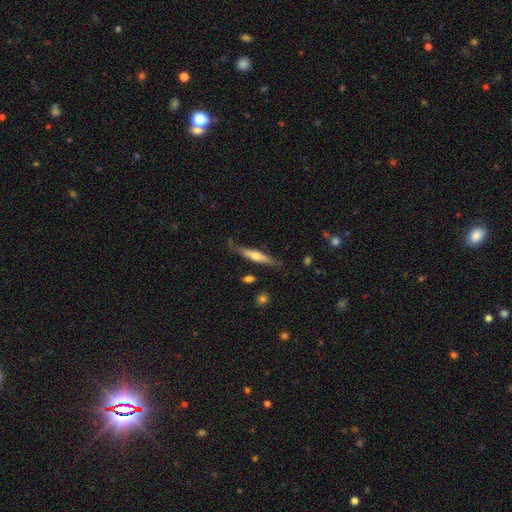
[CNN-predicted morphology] Smooth or featured? Predicted: featured or disk (p=0.55). Edge-on disk? Predicted: yes (p=0.92). Edge-on bulge? Predicted: rounded (p=0.84). Merging? Predicted: none (p=0.71).